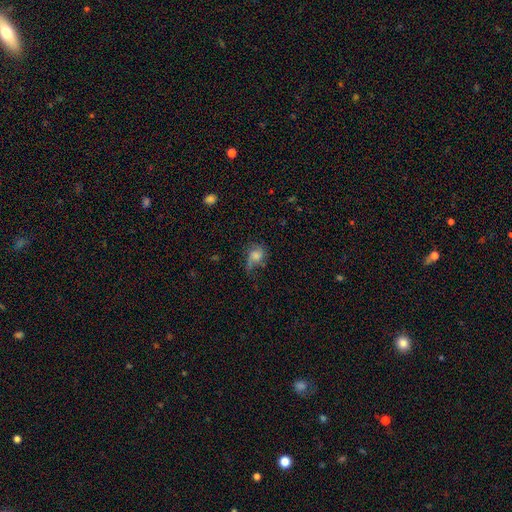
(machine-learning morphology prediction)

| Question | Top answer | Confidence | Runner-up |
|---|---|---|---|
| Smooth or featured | smooth | 57% | featured or disk (31%) |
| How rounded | in between | 50% | round (49%) |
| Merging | none | 35% | major disturbance (31%) |